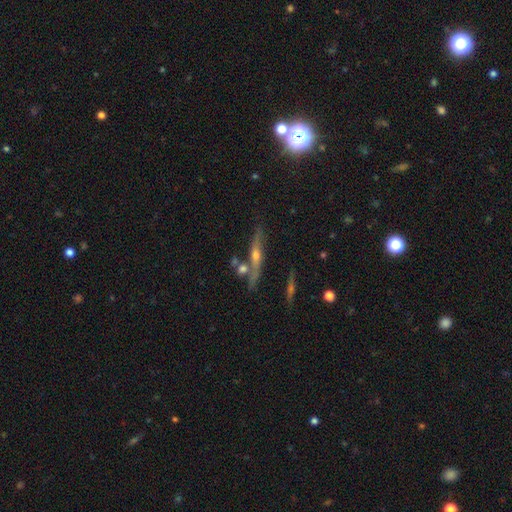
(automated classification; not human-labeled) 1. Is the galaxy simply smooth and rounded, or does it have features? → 70% featured or disk, 21% smooth, 9% star or artifact.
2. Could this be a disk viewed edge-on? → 89% yes, 11% no.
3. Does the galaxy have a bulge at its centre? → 87% rounded, 9% none, 4% boxy.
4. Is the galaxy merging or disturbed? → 67% none, 15% merger, 14% minor disturbance, 4% major disturbance.